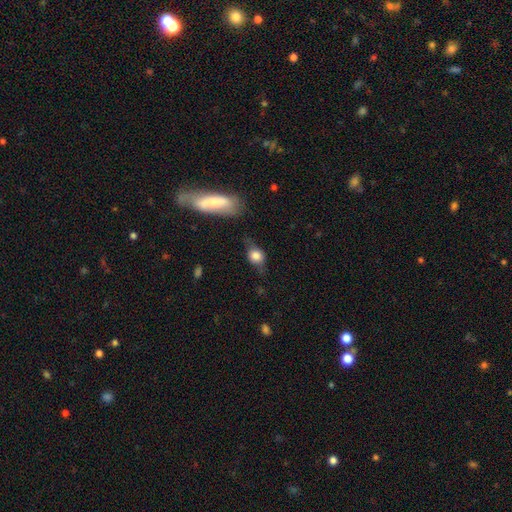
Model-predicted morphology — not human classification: A smooth galaxy with no disk features (70%) that is in between round and cigar-shaped (56%).

Vote fractions:
- Smooth or featured? smooth: 70% / featured or disk: 21% / star or artifact: 9%
- How rounded? in between: 56% / round: 39% / cigar-shaped: 5%
- Merging? none: 55% / minor disturbance: 27% / major disturbance: 13% / merger: 5%